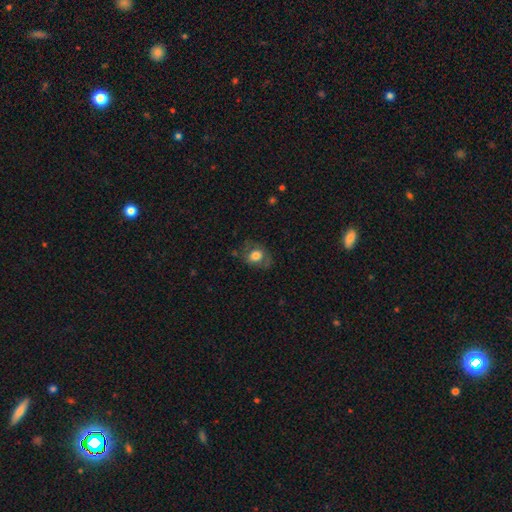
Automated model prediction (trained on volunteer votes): A smooth galaxy with no disk features (69%) that is round (53%).

Vote fractions:
- Smooth or featured? smooth: 69% / featured or disk: 22% / star or artifact: 9%
- How rounded? round: 53% / in between: 46% / cigar-shaped: 1%
- Merging? none: 63% / minor disturbance: 22% / major disturbance: 13% / merger: 2%